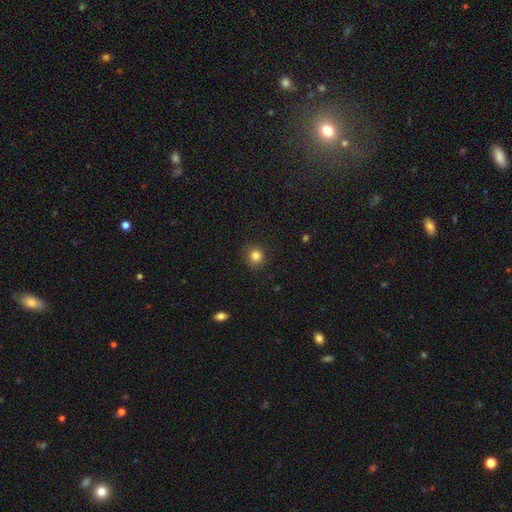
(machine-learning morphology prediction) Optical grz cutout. It shows a smooth galaxy with no disk features (83%) that is round (90%). Merging: none (89%).